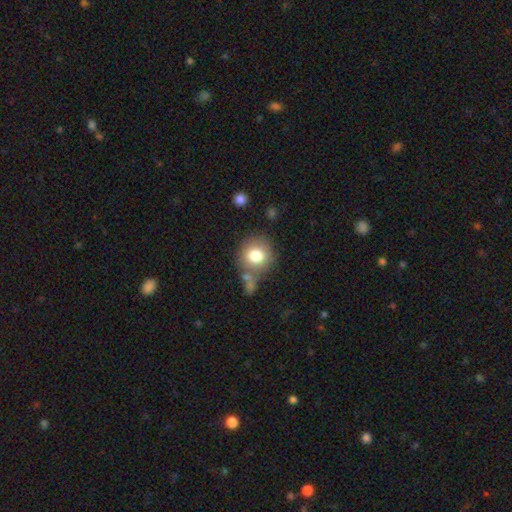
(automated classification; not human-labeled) smooth 78%, featured or disk 12%, star or artifact 10%. Down the decision tree: how rounded — round (87%); merging — none (66%).